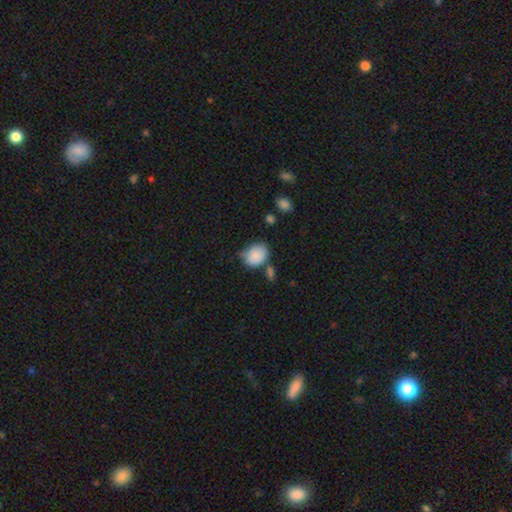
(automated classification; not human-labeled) A smooth galaxy with no disk features (84%) that is in between round and cigar-shaped (59%).

Vote fractions:
- Smooth or featured? smooth: 84% / star or artifact: 8% / featured or disk: 8%
- How rounded? in between: 59% / round: 40% / cigar-shaped: 1%
- Merging? none: 48% / minor disturbance: 32% / merger: 11% / major disturbance: 8%